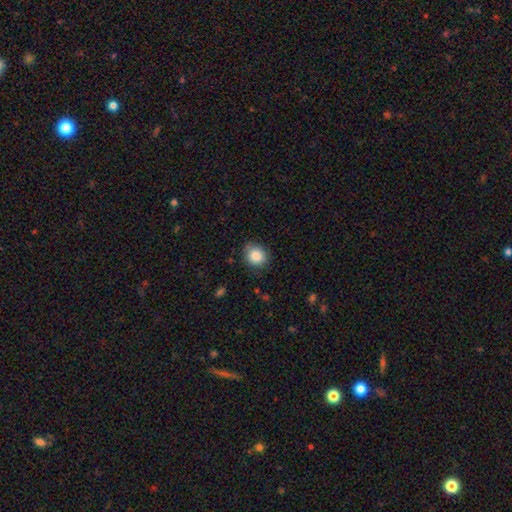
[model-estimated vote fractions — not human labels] smooth_or_featured: smooth (p=0.86) [alt: star or artifact p=0.09]
how_rounded: round (p=0.78) [alt: in between p=0.21]
merging: none (p=0.82) [alt: minor disturbance p=0.14]